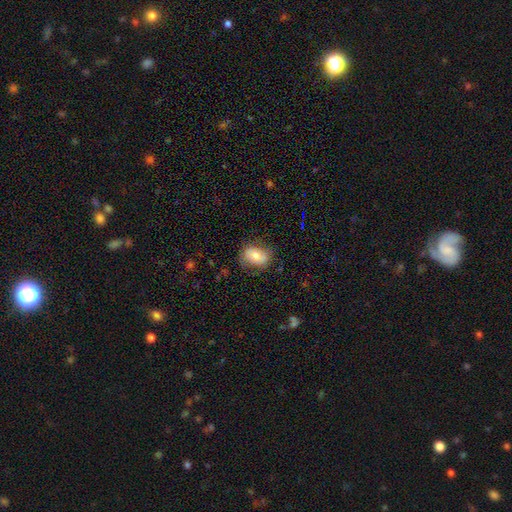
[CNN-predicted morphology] This appears to be a smooth galaxy with no disk features (69%) that is in between round and cigar-shaped (78%). Merging: none (71%).